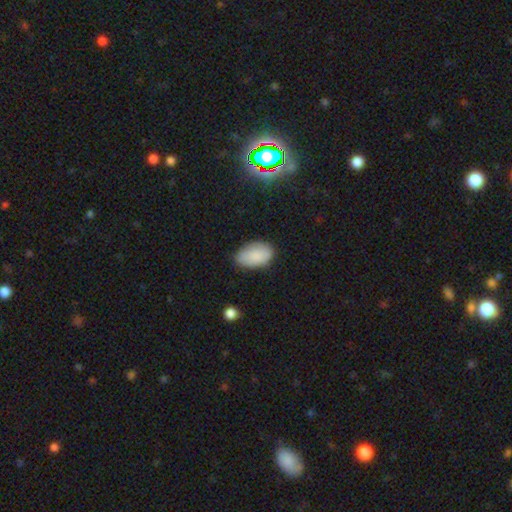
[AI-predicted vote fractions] This is clearly a smooth galaxy (86%). How rounded: clearly in between (93%). Merging: likely none (74%).